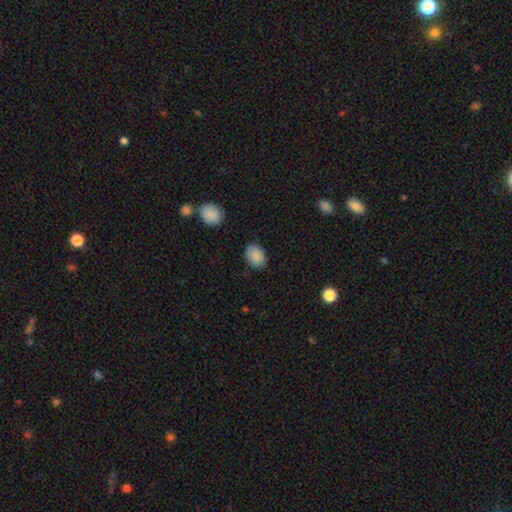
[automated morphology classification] A smooth galaxy with no disk features (88%) that is in between round and cigar-shaped (74%).

Vote fractions:
- Smooth or featured? smooth: 88% / star or artifact: 8% / featured or disk: 4%
- How rounded? in between: 74% / round: 25% / cigar-shaped: 1%
- Merging? none: 81% / minor disturbance: 14% / major disturbance: 3% / merger: 2%